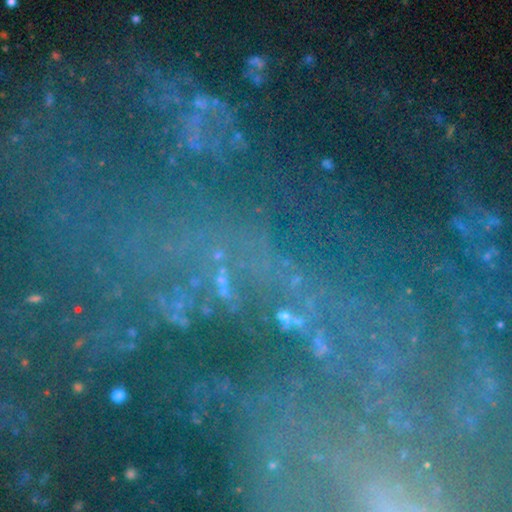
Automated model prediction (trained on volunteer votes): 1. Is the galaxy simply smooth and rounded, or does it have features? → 71% star or artifact, 18% featured or disk, 11% smooth.